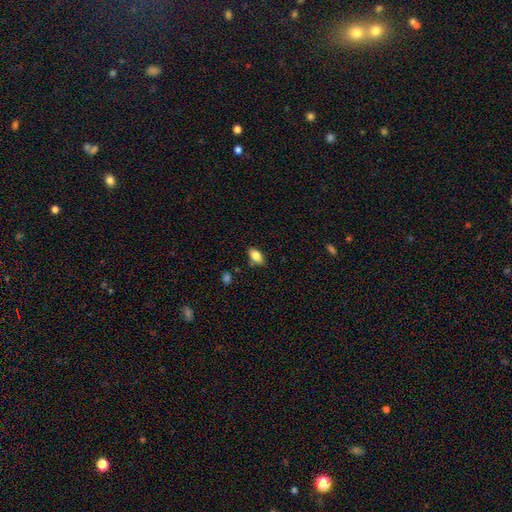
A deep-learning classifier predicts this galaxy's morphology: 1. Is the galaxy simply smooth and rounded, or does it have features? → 79% smooth, 12% featured or disk, 8% star or artifact.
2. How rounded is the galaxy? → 88% in between, 7% round, 5% cigar-shaped.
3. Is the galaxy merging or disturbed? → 77% none, 17% minor disturbance, 3% merger, 3% major disturbance.